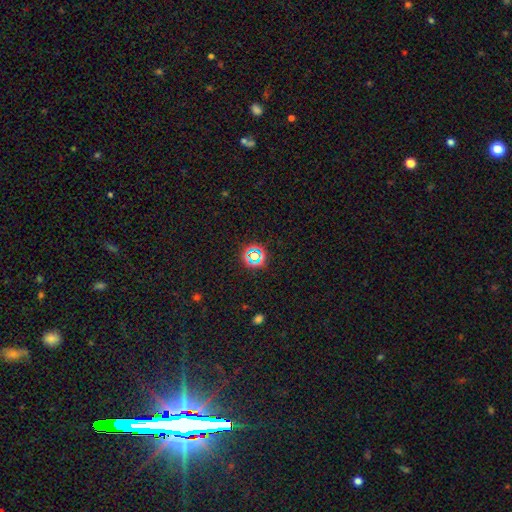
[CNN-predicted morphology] smooth-or-featured: star or artifact: 67% | smooth: 23% | featured or disk: 10%